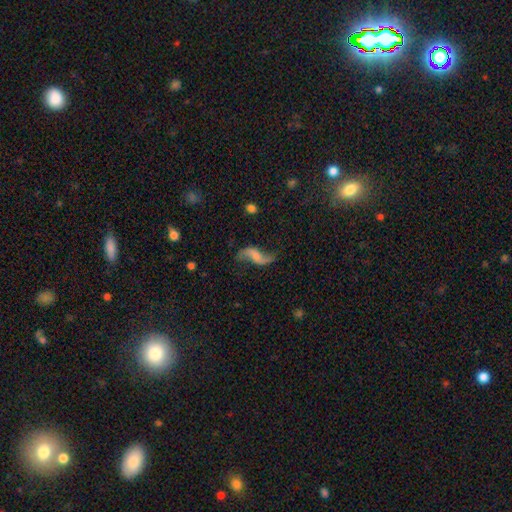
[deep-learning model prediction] smooth-or-featured: featured or disk: 82% | smooth: 11% | star or artifact: 7%
  disk-edge-on: no: 96% | yes: 4%
    bar: no: 44% | weak: 39% | strong: 17%
    has-spiral-arms: yes: 95% | no: 5%
      spiral-winding: loose: 92% | medium: 6% | tight: 2%
      spiral-arm-count: 2: 93% | 1: 3% | can't tell: 2% | 3: 1% | 4: 1% | more than 4: 1%
    bulge-size: none: 51% | small: 28% | moderate: 15% | large: 5% | dominant: 2%
  merging: none: 71% | minor disturbance: 15% | major disturbance: 10% | merger: 3%